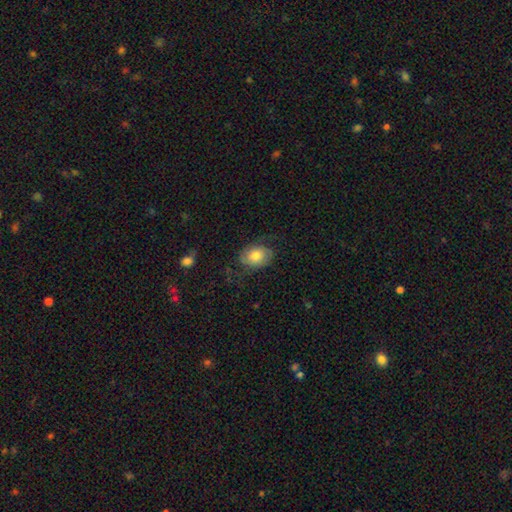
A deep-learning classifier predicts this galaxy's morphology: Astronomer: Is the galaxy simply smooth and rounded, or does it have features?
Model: smooth — 58% (runner-up: featured or disk, 35%).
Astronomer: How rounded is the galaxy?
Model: in between — 71%.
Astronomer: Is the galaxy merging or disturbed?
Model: none — 59%.